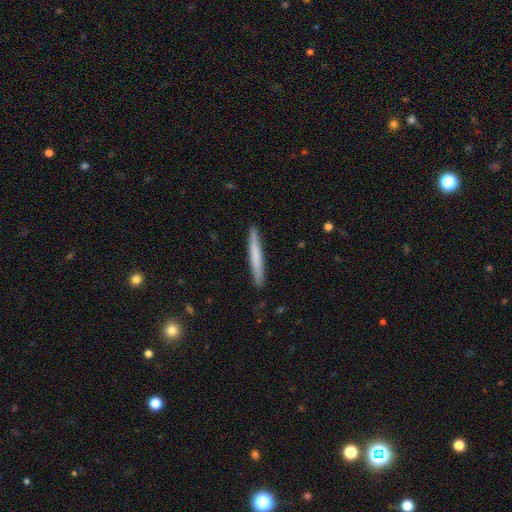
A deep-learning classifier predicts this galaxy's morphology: The model was most divided on "smooth or featured": smooth: 66%, featured or disk: 28%, star or artifact: 5%. More confident: how rounded — cigar-shaped (97%); merging — none (91%).